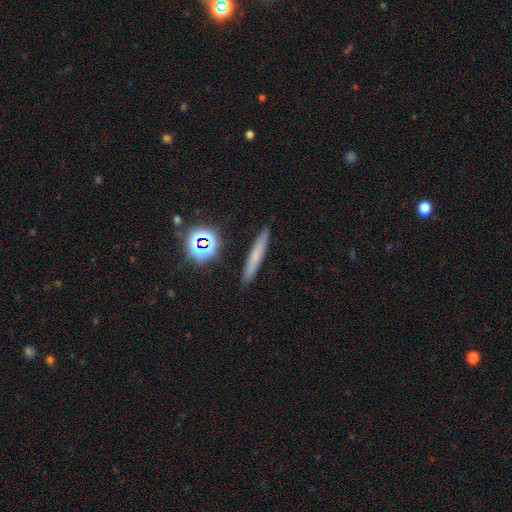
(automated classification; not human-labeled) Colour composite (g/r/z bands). It shows a smooth galaxy with no disk features (59%) that is cigar-shaped (92%). Merging: none (89%).